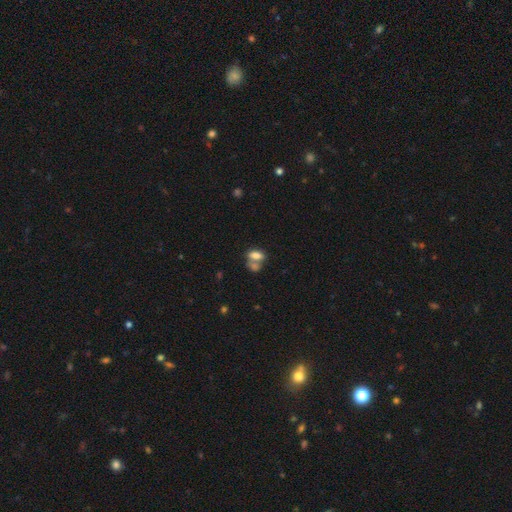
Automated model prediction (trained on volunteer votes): A smooth galaxy with no disk features (77%) that is in between round and cigar-shaped (86%). Merging: merger (52%).